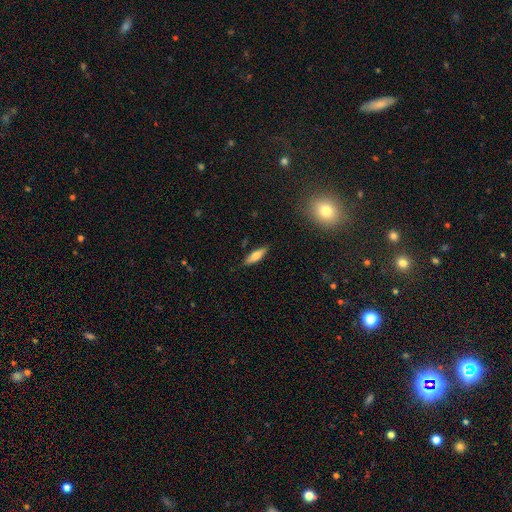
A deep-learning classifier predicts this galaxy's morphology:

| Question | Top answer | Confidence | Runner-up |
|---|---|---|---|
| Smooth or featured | smooth | 66% | featured or disk (27%) |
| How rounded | cigar-shaped | 57% | in between (41%) |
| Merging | none | 85% | minor disturbance (11%) |